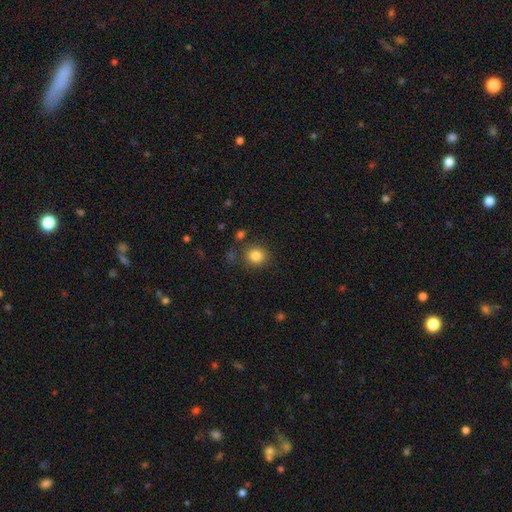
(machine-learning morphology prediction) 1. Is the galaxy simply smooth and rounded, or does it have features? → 83% smooth, 11% star or artifact, 6% featured or disk.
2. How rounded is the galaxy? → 88% round, 11% in between, 1% cigar-shaped.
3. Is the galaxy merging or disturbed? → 84% none, 9% minor disturbance, 4% merger, 3% major disturbance.